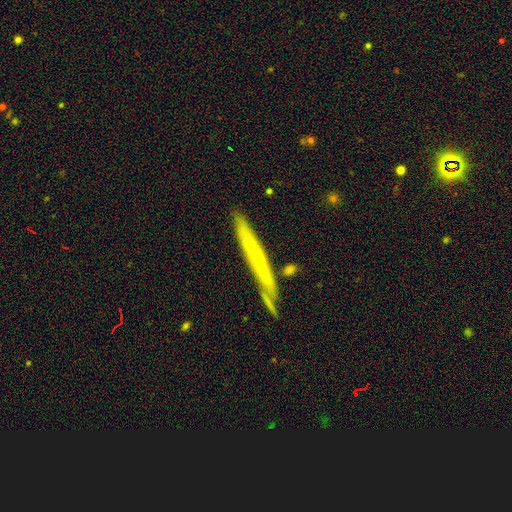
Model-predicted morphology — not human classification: Smooth or featured? featured or disk (50%)
Merging? none (76%)